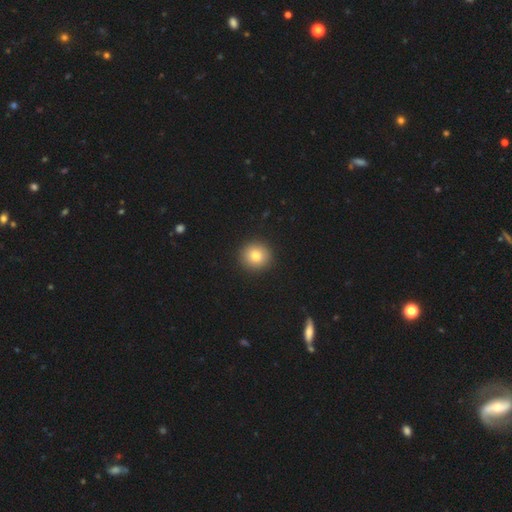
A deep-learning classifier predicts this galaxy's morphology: smooth_or_featured: smooth (p=0.80) [alt: star or artifact p=0.11]
how_rounded: round (p=0.92) [alt: in between p=0.07]
merging: none (p=0.93) [alt: minor disturbance p=0.04]